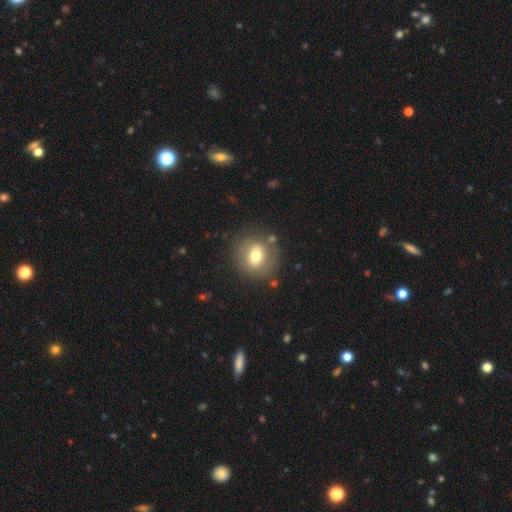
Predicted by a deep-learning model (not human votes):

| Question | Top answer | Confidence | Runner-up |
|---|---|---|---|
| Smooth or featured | smooth | 64% | featured or disk (27%) |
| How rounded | round | 77% | in between (22%) |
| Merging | none | 78% | minor disturbance (13%) |